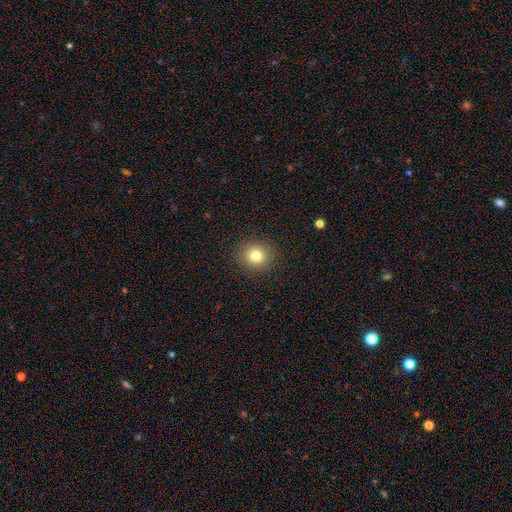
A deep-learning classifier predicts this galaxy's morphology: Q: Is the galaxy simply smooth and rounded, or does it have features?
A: smooth — 80%.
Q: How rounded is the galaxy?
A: round — 86%.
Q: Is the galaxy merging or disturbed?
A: none — 90%.